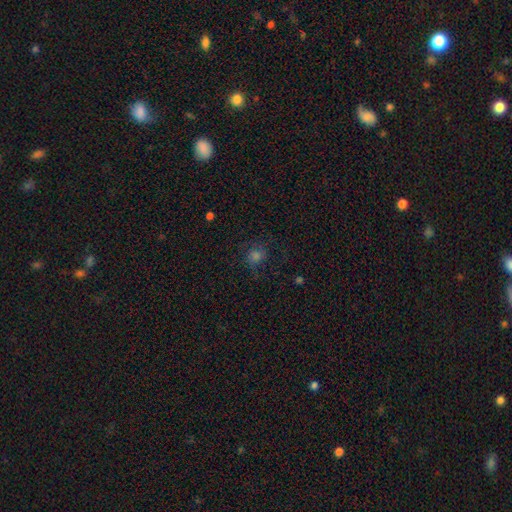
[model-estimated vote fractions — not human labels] Q: Smooth or featured?
A: smooth (60%); runner-up: star or artifact (24%)
Q: How rounded?
A: round (78%); runner-up: in between (20%)
Q: Merging?
A: none (71%); runner-up: minor disturbance (17%)